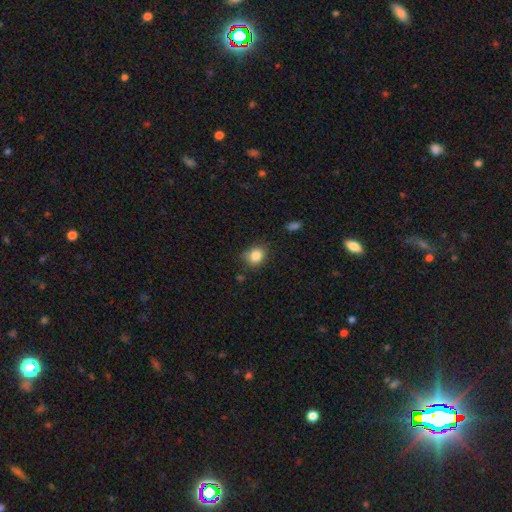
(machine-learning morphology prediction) smooth_or_featured: smooth (p=0.85) [alt: star or artifact p=0.10]
how_rounded: round (p=0.61) [alt: in between p=0.38]
merging: none (p=0.72) [alt: minor disturbance p=0.20]